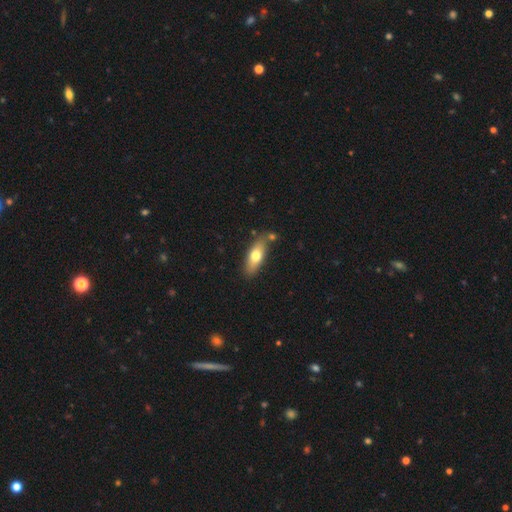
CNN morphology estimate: Q: Smooth or featured?
A: smooth (68%); runner-up: featured or disk (26%)
Q: How rounded?
A: in between (69%); runner-up: cigar-shaped (28%)
Q: Merging?
A: none (75%); runner-up: minor disturbance (14%)